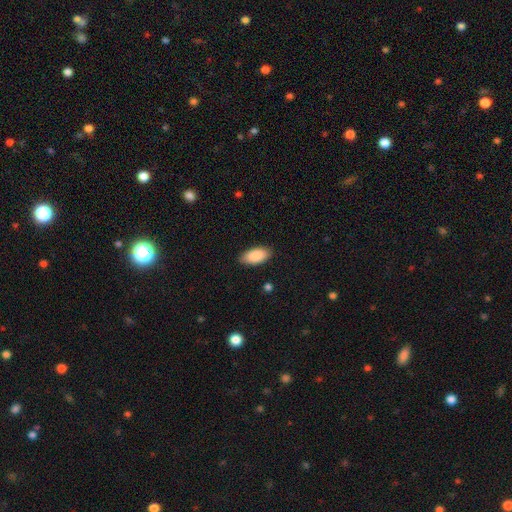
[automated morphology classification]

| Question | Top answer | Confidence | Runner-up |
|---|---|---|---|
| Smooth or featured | smooth | 90% | star or artifact (6%) |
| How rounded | in between | 93% | cigar-shaped (5%) |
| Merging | none | 87% | minor disturbance (10%) |